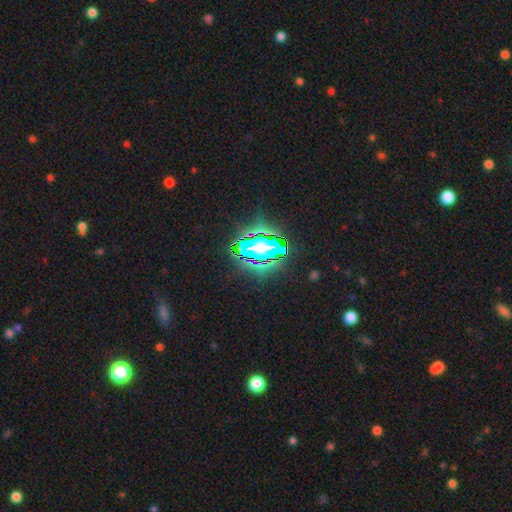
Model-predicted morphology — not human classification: The model was most divided on "smooth or featured": star or artifact: 82%, smooth: 10%, featured or disk: 7%.